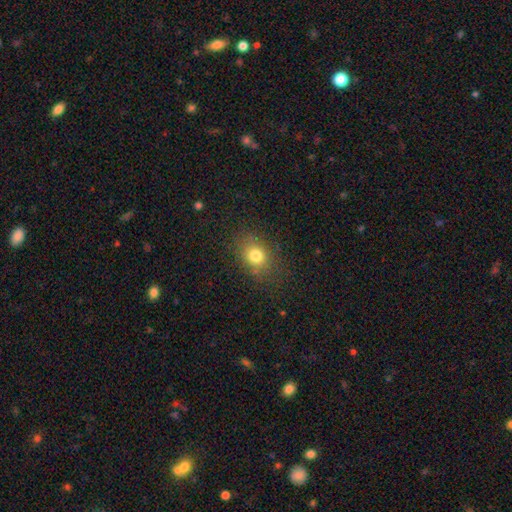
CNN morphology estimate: A smooth galaxy with no disk features (78%) that is round (51%). Merging: none (81%).